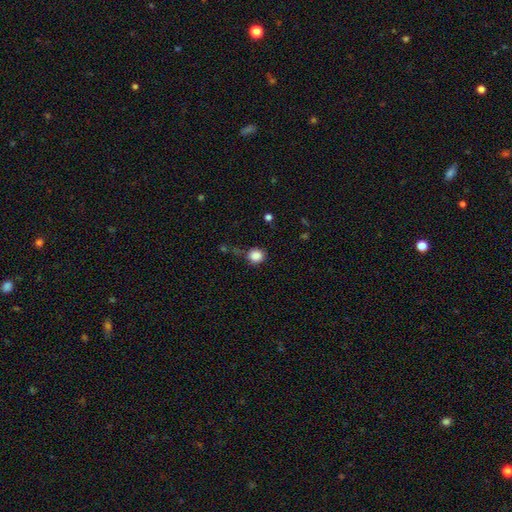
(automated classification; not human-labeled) A smooth galaxy with no disk features (86%) that is round (87%).

Vote fractions:
- Smooth or featured? smooth: 86% / star or artifact: 10% / featured or disk: 4%
- How rounded? round: 87% / in between: 12% / cigar-shaped: 1%
- Merging? none: 67% / minor disturbance: 21% / major disturbance: 8% / merger: 5%